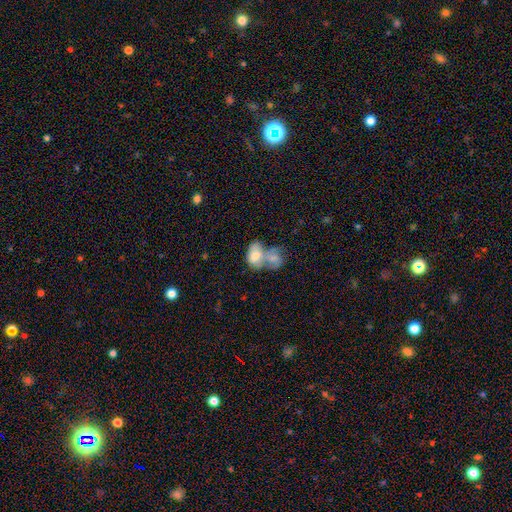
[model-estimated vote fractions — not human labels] A smooth galaxy with no disk features (66%) that is in between round and cigar-shaped (82%).

Vote fractions:
- Smooth or featured? smooth: 66% / featured or disk: 27% / star or artifact: 7%
- How rounded? in between: 82% / round: 16% / cigar-shaped: 2%
- Merging? merger: 73% / none: 13% / minor disturbance: 7% / major disturbance: 7%